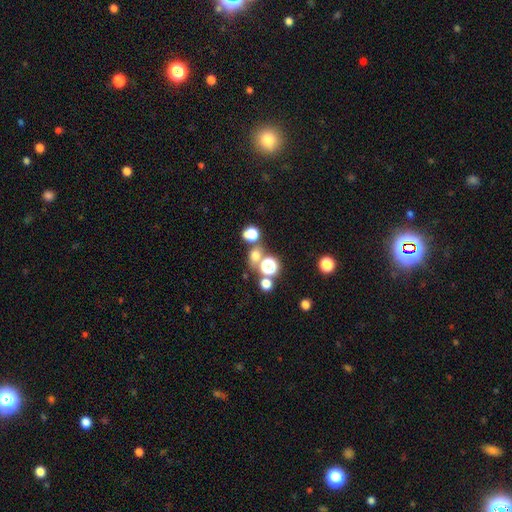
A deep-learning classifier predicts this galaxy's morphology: type=smooth (60%); roundness=round (72%); merging=none (58%).